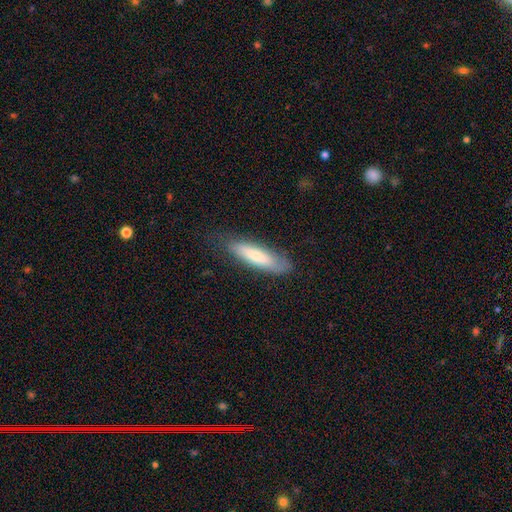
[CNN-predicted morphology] smooth_or_featured: smooth (p=0.71) [alt: featured or disk p=0.23]
how_rounded: cigar-shaped (p=0.71) [alt: in between p=0.27]
merging: none (p=0.76) [alt: minor disturbance p=0.18]